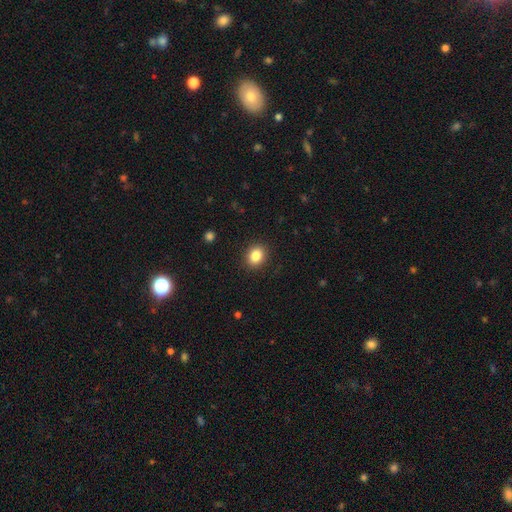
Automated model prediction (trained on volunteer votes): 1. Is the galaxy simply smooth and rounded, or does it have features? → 85% smooth, 10% star or artifact, 5% featured or disk.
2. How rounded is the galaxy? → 57% round, 42% in between, 1% cigar-shaped.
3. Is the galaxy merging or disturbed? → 90% none, 7% minor disturbance, 2% major disturbance, 1% merger.